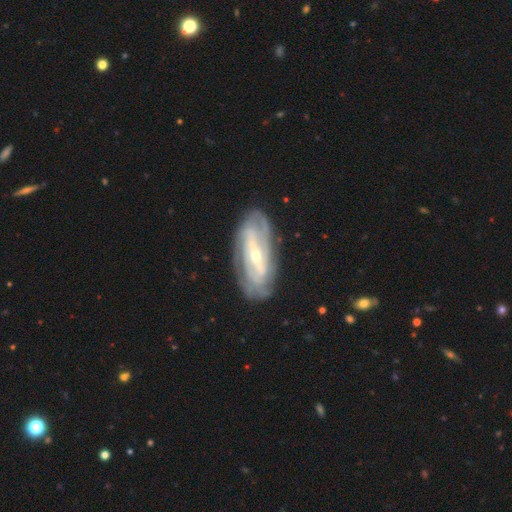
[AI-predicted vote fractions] Overall: featured or disk (84%). Edge-on disk: no (91%). Bar: strong (50%; weak 31%). Spiral arms: yes (90%). Spiral arm count: 2 (41%; can't tell 32%). Spiral winding: tight (61%; medium 29%). Bulge size: small (58%; moderate 38%). Merging: none (79%).